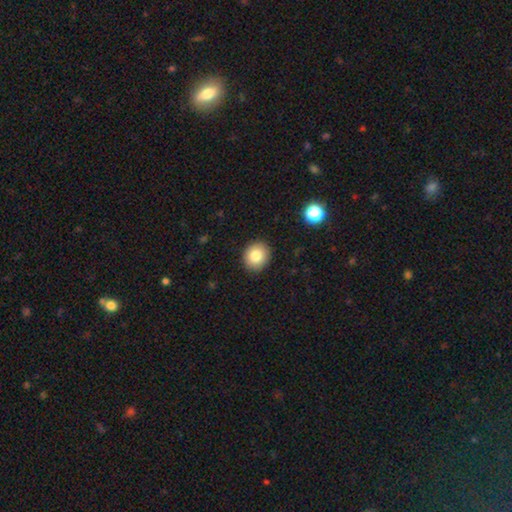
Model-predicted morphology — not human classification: A smooth galaxy with no disk features (82%) that is round (75%). Merging: none (91%).